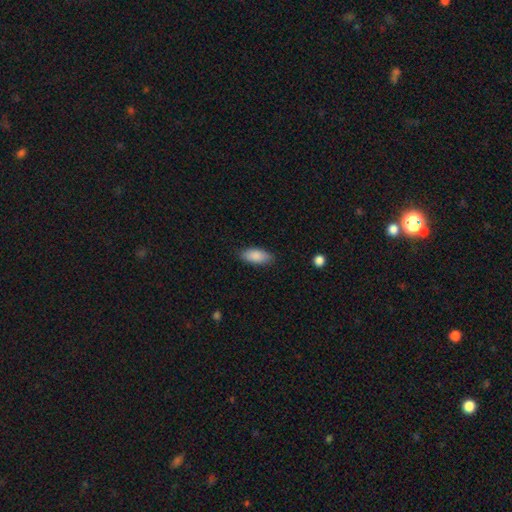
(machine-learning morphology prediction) smooth 88%, star or artifact 6%, featured or disk 6%. Down the decision tree: how rounded — in between (87%); merging — none (86%).